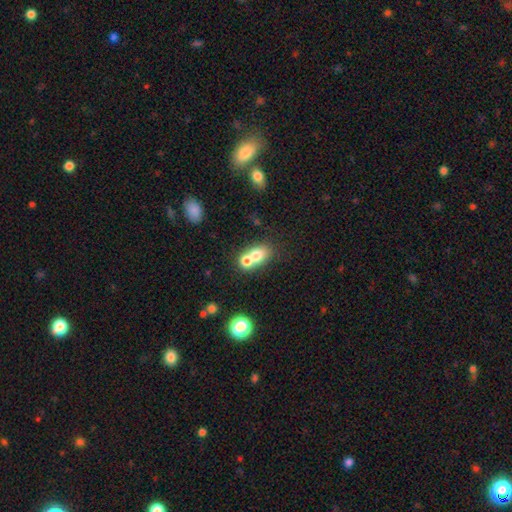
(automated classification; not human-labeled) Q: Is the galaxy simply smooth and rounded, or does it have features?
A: smooth — 70%.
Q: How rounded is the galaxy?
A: in between — 57%.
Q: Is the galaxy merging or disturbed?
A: merger — 64%.